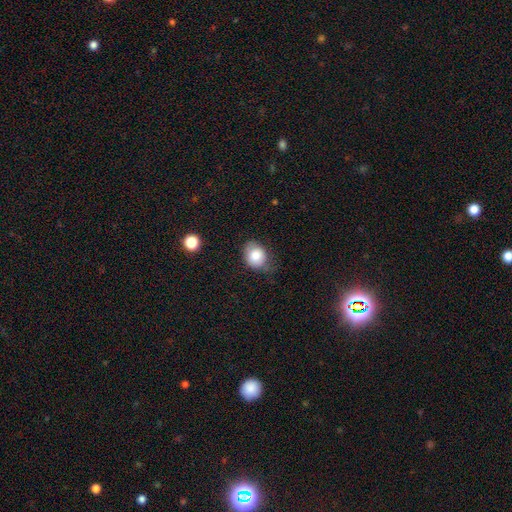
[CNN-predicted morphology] A smooth galaxy with no disk features (80%) that is round (50%). Merging: none (57%).